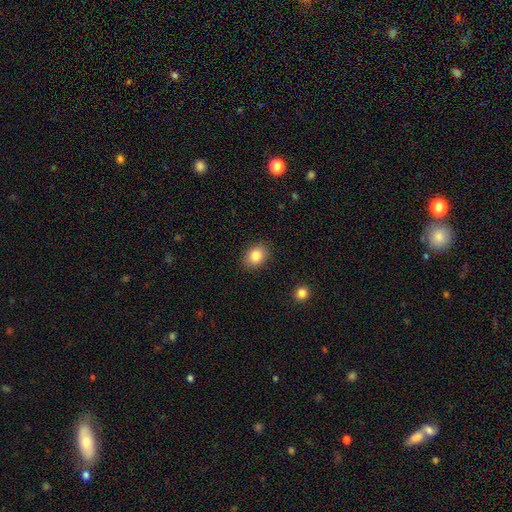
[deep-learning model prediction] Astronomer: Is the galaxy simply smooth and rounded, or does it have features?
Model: smooth — 84%.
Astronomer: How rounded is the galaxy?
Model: in between — 59% (runner-up: round, 40%).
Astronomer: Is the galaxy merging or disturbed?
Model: none — 89%.